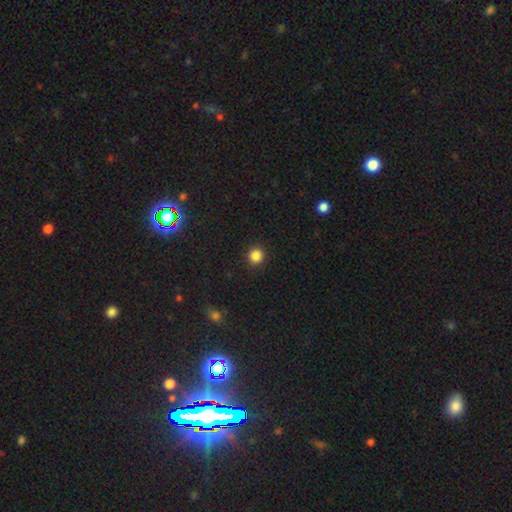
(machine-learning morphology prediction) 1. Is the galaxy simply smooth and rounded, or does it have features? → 86% smooth, 11% star or artifact, 3% featured or disk.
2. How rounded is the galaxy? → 93% round, 6% in between, 1% cigar-shaped.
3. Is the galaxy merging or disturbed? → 92% none, 5% minor disturbance, 2% major disturbance, 1% merger.